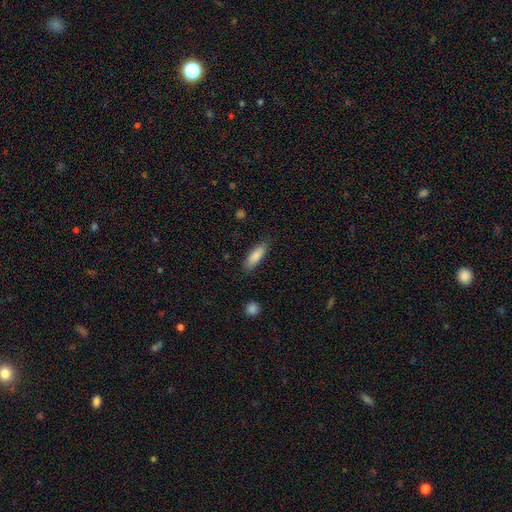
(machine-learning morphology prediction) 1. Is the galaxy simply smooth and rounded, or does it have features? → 85% smooth, 9% featured or disk, 6% star or artifact.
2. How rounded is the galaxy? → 53% cigar-shaped, 45% in between, 2% round.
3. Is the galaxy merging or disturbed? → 85% none, 11% minor disturbance, 3% major disturbance, 1% merger.